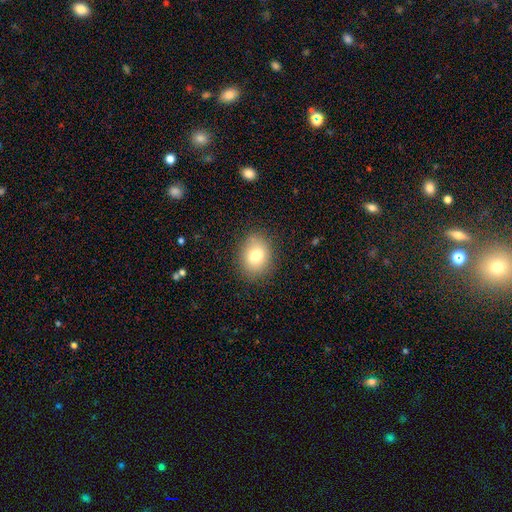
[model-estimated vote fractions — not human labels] smooth-or-featured: smooth: 77% | featured or disk: 12% | star or artifact: 11%
  how-rounded: round: 50% | in between: 49% | cigar-shaped: 1%
  merging: none: 84% | minor disturbance: 11% | major disturbance: 3% | merger: 1%